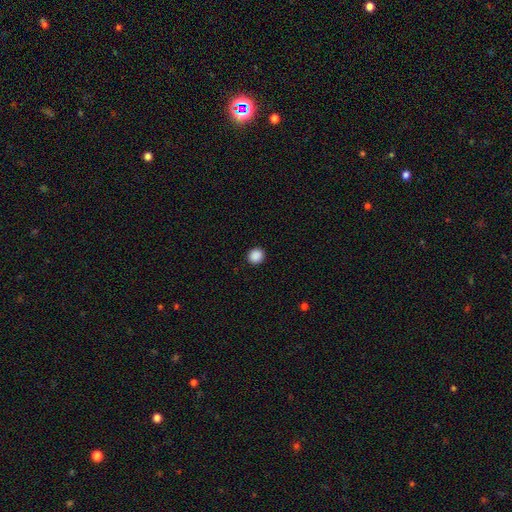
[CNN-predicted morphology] The model was most divided on "smooth or featured": smooth: 89%, star or artifact: 9%, featured or disk: 2%. More confident: merging — none (93%); how rounded — round (91%).